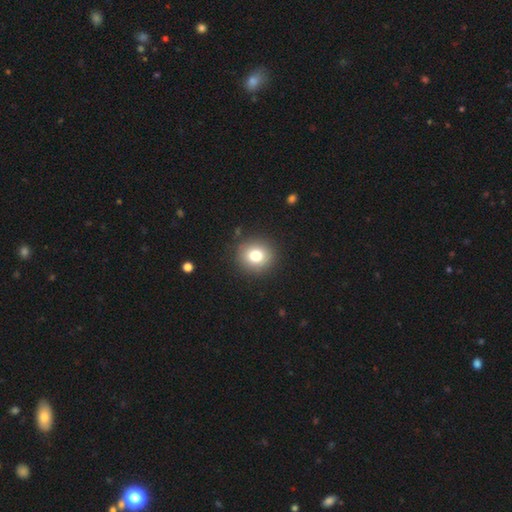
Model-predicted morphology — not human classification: This appears to be a smooth galaxy with no disk features (77%) that is round (88%). Merging: none (90%).